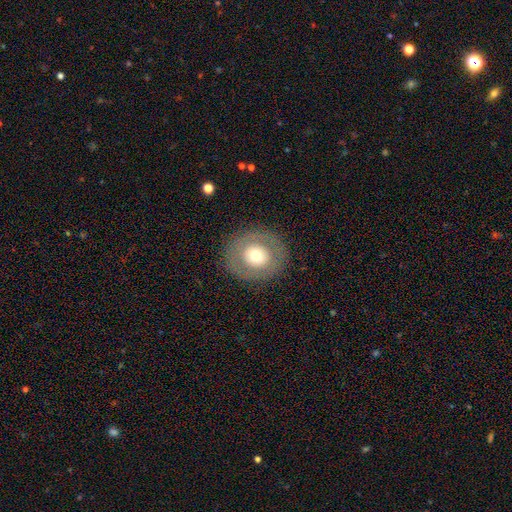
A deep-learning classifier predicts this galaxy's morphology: Smooth or featured? smooth (57%)
How rounded? round (84%)
Merging? none (86%)